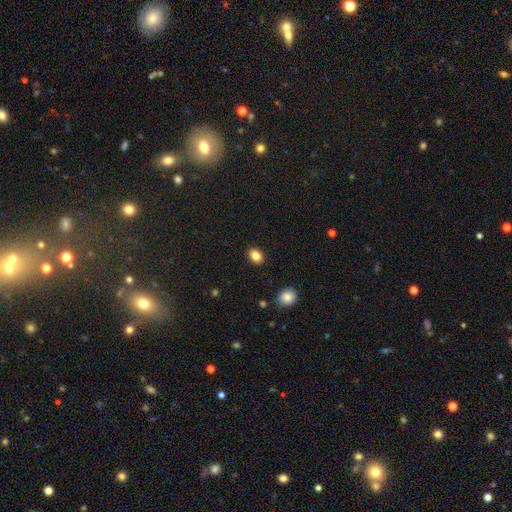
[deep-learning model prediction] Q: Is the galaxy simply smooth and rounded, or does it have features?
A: smooth — 85%.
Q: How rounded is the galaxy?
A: in between — 74%.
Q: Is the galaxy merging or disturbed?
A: none — 89%.